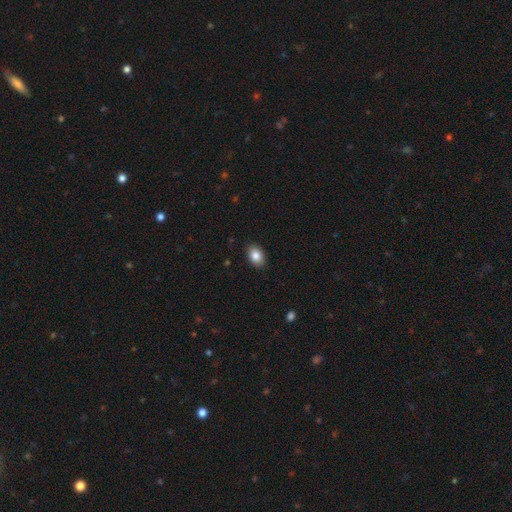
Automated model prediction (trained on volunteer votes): Smooth or featured?
  - smooth: 84% *
  - star or artifact: 8%
  - featured or disk: 8%
How rounded?
  - in between: 85% *
  - round: 14%
  - cigar-shaped: 1%
Merging?
  - none: 89% *
  - minor disturbance: 8%
  - major disturbance: 2%
  - merger: 1%